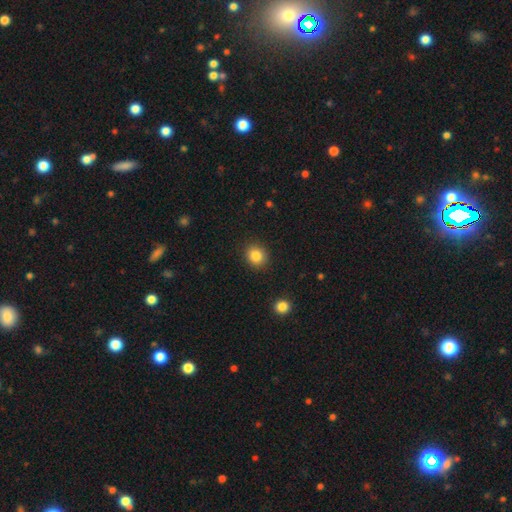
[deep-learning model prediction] Smooth or featured? smooth (85%)
How rounded? round (80%)
Merging? none (90%)